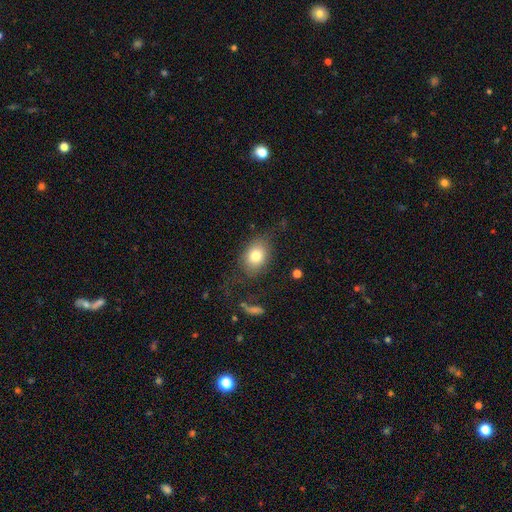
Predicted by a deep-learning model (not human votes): smooth 78%, featured or disk 13%, star or artifact 9%. Down the decision tree: how rounded — in between (65%); merging — none (69%).